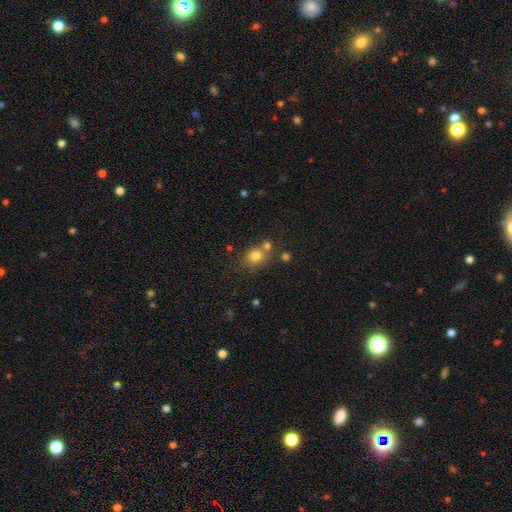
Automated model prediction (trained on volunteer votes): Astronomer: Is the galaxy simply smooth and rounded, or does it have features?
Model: smooth — 78%.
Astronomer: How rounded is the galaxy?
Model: round — 65%.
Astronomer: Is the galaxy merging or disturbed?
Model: none — 59%.